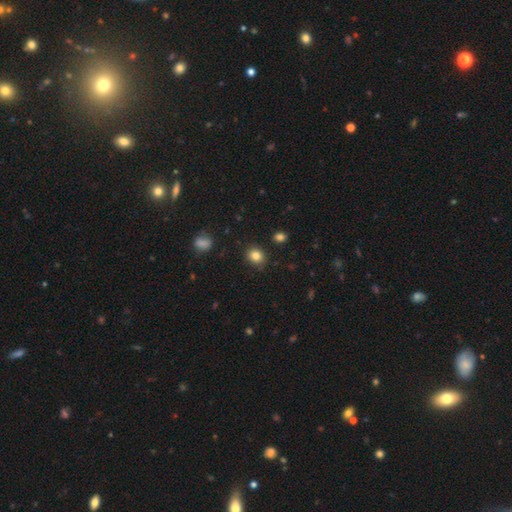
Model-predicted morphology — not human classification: A smooth galaxy with no disk features (83%) that is round (68%).

Vote fractions:
- Smooth or featured? smooth: 83% / star or artifact: 11% / featured or disk: 6%
- How rounded? round: 68% / in between: 31% / cigar-shaped: 1%
- Merging? none: 88% / minor disturbance: 8% / major disturbance: 2% / merger: 2%